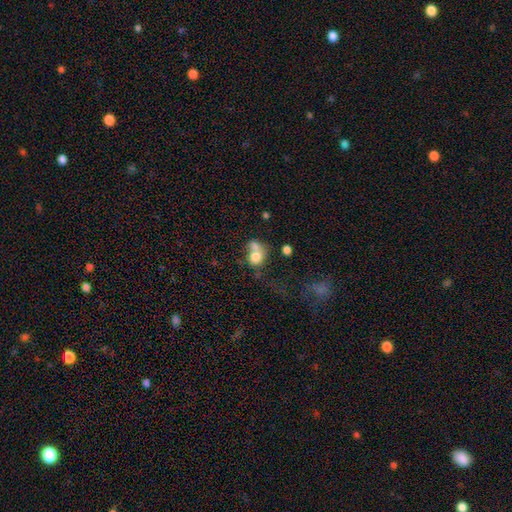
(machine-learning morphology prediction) smooth_or_featured: smooth (p=0.73) [alt: featured or disk p=0.17]
how_rounded: round (p=0.54) [alt: in between p=0.45]
merging: merger (p=0.57) [alt: none p=0.24]